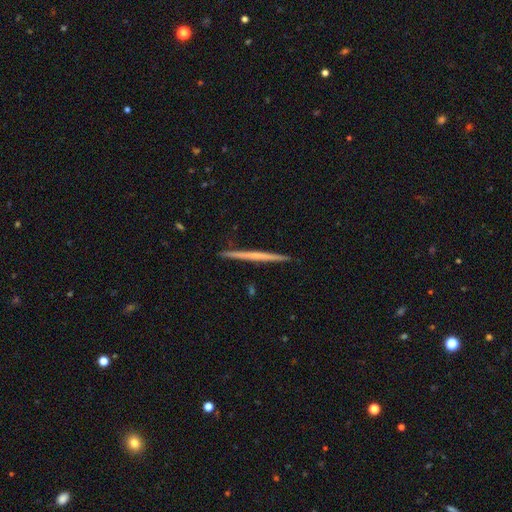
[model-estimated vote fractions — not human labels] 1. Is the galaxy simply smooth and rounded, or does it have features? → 58% featured or disk, 36% smooth, 5% star or artifact.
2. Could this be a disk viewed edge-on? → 98% yes, 2% no.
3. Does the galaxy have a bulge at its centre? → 81% none, 15% rounded, 4% boxy.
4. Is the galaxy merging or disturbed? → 93% none, 5% minor disturbance, 1% major disturbance, 1% merger.